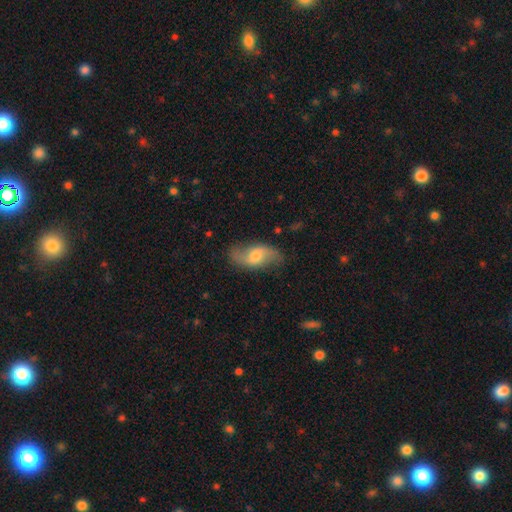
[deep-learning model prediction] smooth_or_featured: featured or disk (p=0.67) [alt: smooth p=0.26]
disk_edge_on: no (p=0.93) [alt: yes p=0.07]
bar: no (p=0.50) [alt: weak p=0.40]
has_spiral_arms: yes (p=0.90) [alt: no p=0.10]
spiral_winding: loose (p=0.76) [alt: medium p=0.18]
spiral_arm_count: 2 (p=0.91) [alt: can't tell p=0.04]
bulge_size: moderate (p=0.60) [alt: small p=0.30]
merging: none (p=0.78) [alt: minor disturbance p=0.16]